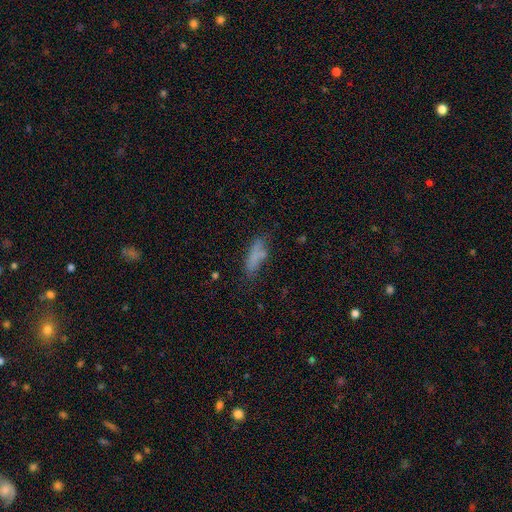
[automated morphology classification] A smooth galaxy with no disk features (74%) that is cigar-shaped (51%). Merging: none (62%).